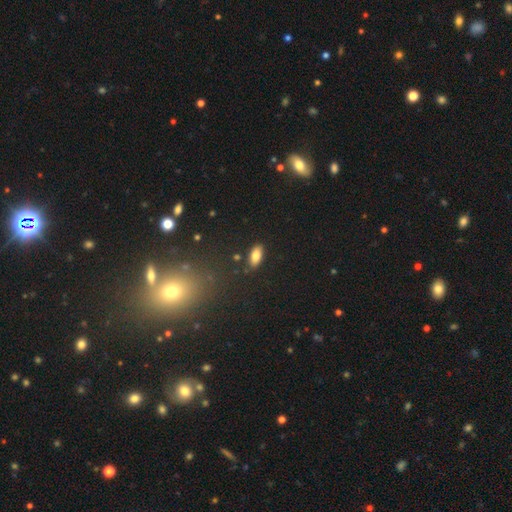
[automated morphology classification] smooth_or_featured: smooth (p=0.81) [alt: featured or disk p=0.11]
how_rounded: in between (p=0.90) [alt: cigar-shaped p=0.07]
merging: none (p=0.87) [alt: minor disturbance p=0.09]